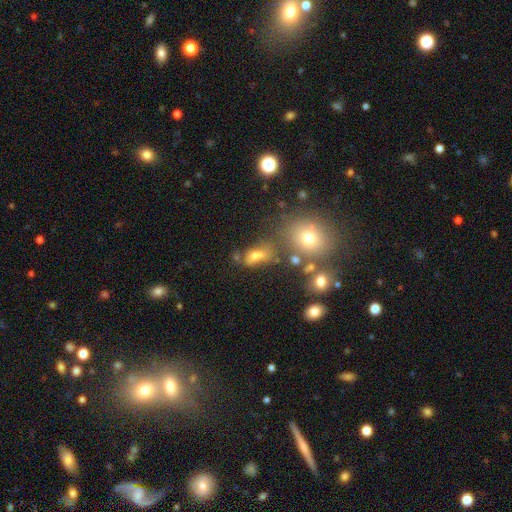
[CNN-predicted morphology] Smooth or featured? Predicted: smooth (p=0.60). How rounded? Predicted: in between (p=0.67). Merging? Predicted: none (p=0.51).